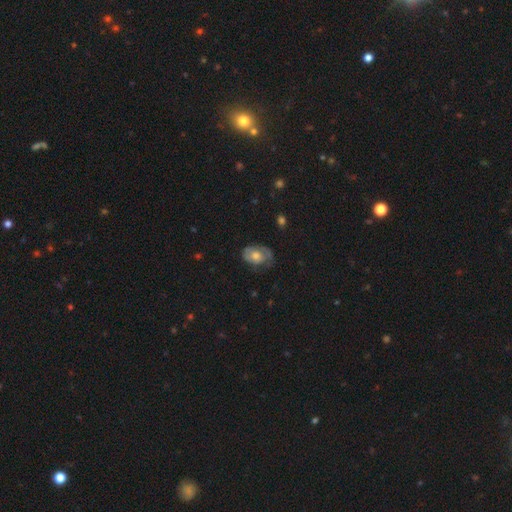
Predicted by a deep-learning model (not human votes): A smooth galaxy with no disk features (47%). Merging: none (61%).